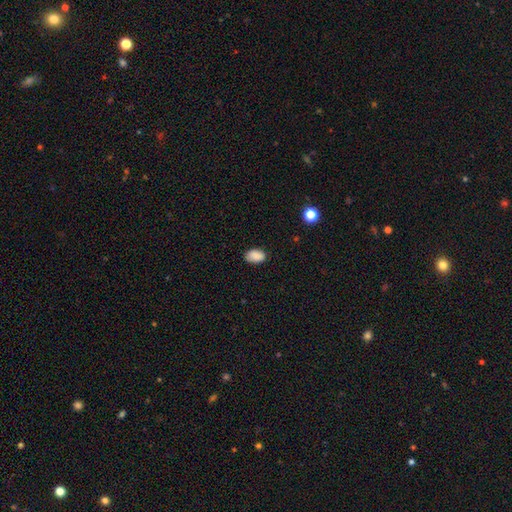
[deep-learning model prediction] Smooth or featured? smooth (88%)
How rounded? in between (88%)
Merging? none (82%)